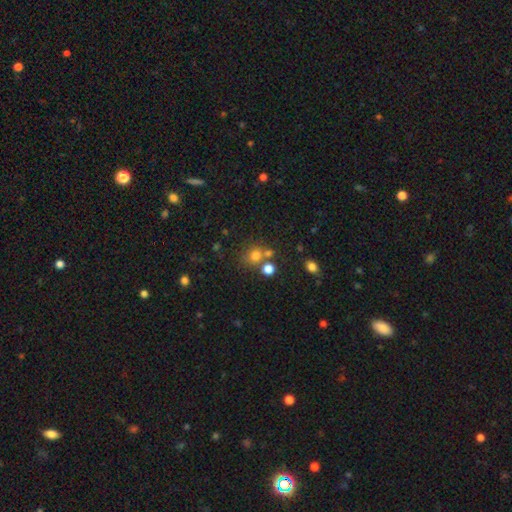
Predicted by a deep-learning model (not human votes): A smooth galaxy with no disk features (73%) that is round (78%).

Vote fractions:
- Smooth or featured? smooth: 73% / star or artifact: 18% / featured or disk: 9%
- How rounded? round: 78% / in between: 21% / cigar-shaped: 1%
- Merging? none: 60% / merger: 24% / minor disturbance: 10% / major disturbance: 5%